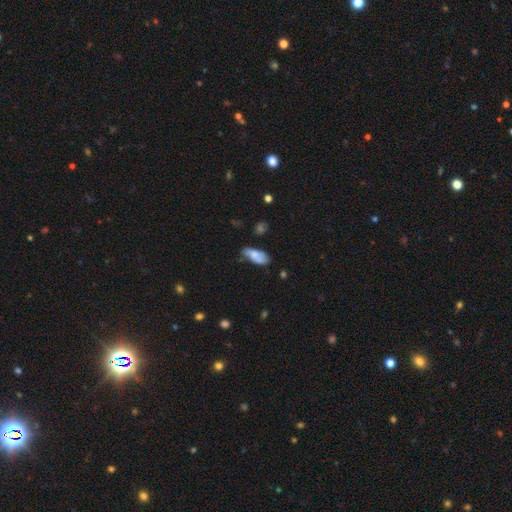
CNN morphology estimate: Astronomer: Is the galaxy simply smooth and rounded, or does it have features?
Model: smooth — 70%.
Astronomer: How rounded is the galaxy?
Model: in between — 84%.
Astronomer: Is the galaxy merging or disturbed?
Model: none — 47% (runner-up: minor disturbance, 34%).